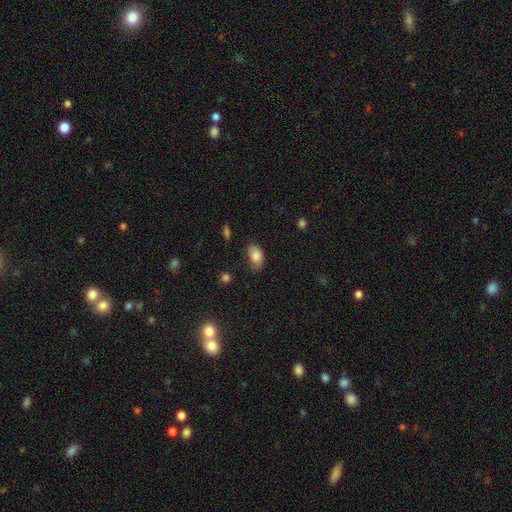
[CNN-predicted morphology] Smooth or featured? Predicted: smooth (p=0.83). How rounded? Predicted: in between (p=0.90). Merging? Predicted: none (p=0.60).